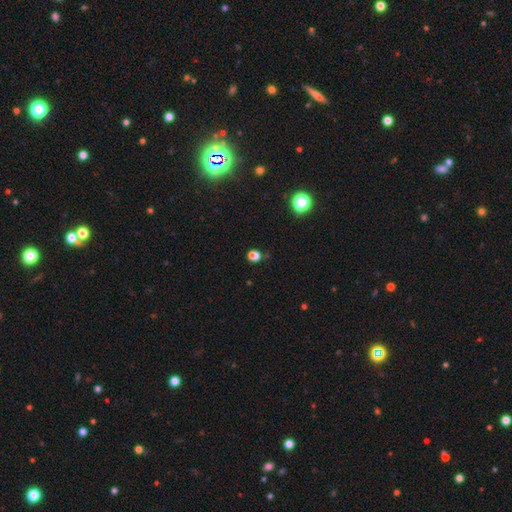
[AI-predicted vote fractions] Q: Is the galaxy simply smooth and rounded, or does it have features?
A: smooth — 65%.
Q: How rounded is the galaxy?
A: round — 63%.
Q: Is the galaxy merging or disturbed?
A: none — 72%.